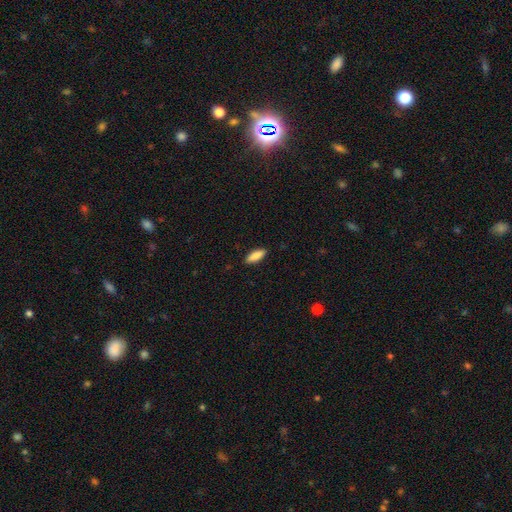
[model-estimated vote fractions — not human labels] This is clearly a smooth galaxy (87%). How rounded: likely in between (66%). Merging: clearly none (89%).